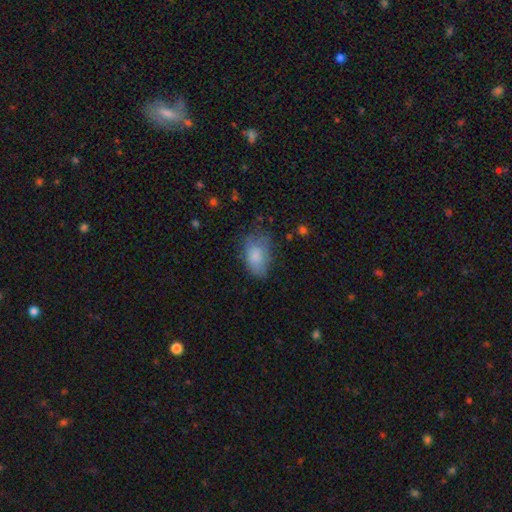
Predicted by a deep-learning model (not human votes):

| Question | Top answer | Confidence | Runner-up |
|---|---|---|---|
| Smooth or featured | smooth | 78% | featured or disk (14%) |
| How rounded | in between | 90% | round (9%) |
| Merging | none | 52% | minor disturbance (32%) |